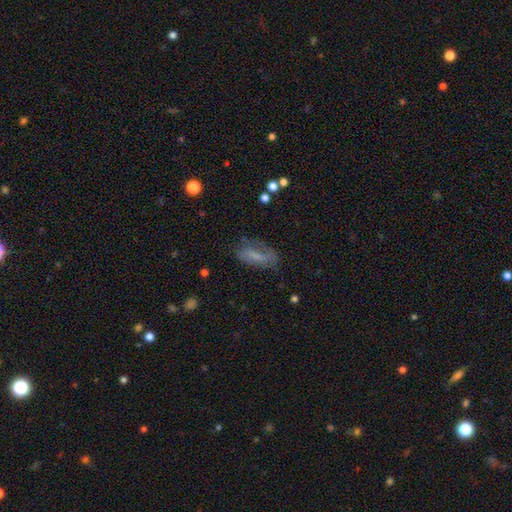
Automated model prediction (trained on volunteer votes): This appears to be a smooth galaxy with no disk features (54%) that is in between round and cigar-shaped (70%). Merging: none (57%).